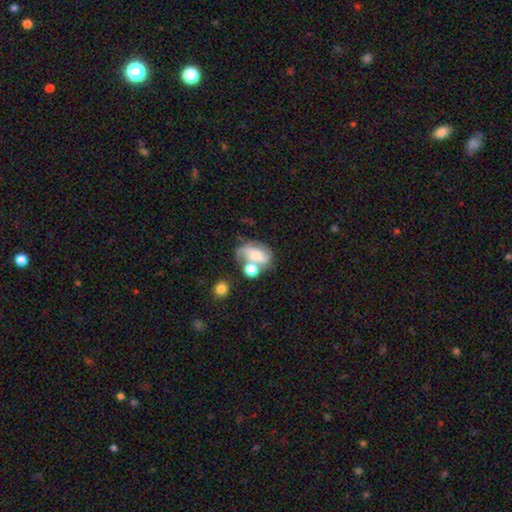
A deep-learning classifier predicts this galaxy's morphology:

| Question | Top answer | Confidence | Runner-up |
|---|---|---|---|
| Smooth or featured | smooth | 45% | featured or disk (44%) |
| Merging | merger | 36% | none (29%) |